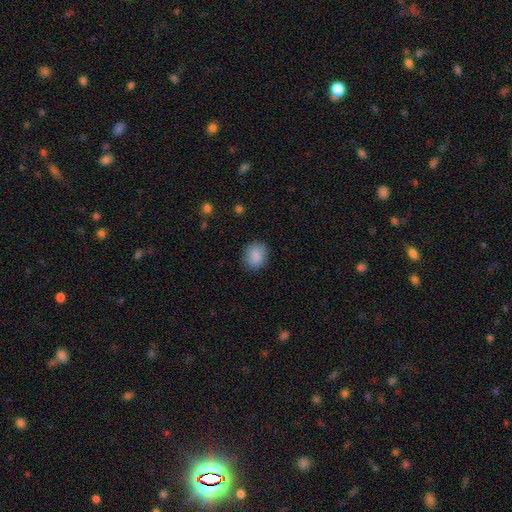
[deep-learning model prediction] A smooth galaxy with no disk features (87%) that is round (58%).

Vote fractions:
- Smooth or featured? smooth: 87% / star or artifact: 7% / featured or disk: 6%
- How rounded? round: 58% / in between: 41% / cigar-shaped: 1%
- Merging? none: 85% / minor disturbance: 11% / major disturbance: 3% / merger: 1%